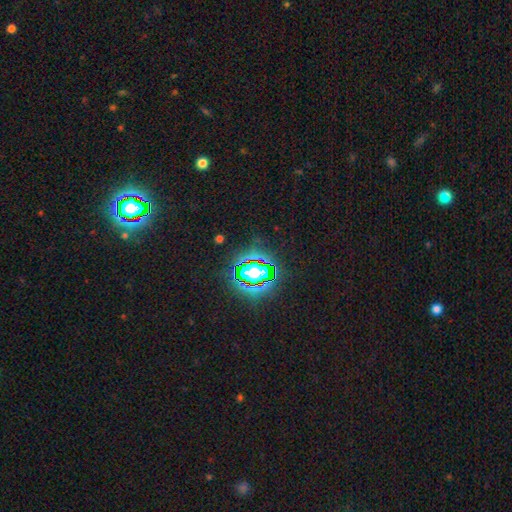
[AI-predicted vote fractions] star or artifact 81%, smooth 12%, featured or disk 7%.